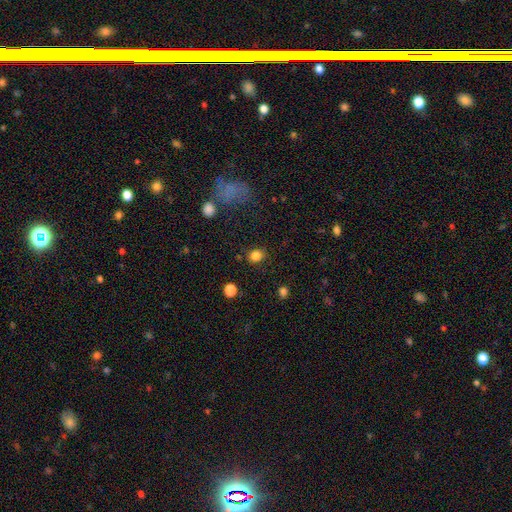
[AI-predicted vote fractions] smooth-or-featured: smooth: 83% | star or artifact: 12% | featured or disk: 5%
  how-rounded: round: 67% | in between: 32% | cigar-shaped: 1%
  merging: none: 84% | minor disturbance: 11% | major disturbance: 3% | merger: 2%